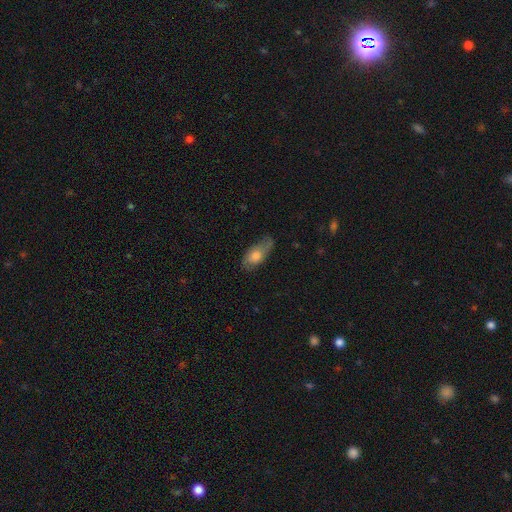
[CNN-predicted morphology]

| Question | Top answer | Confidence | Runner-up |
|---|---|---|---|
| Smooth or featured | smooth | 66% | featured or disk (27%) |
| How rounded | in between | 84% | cigar-shaped (12%) |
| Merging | none | 63% | minor disturbance (28%) |